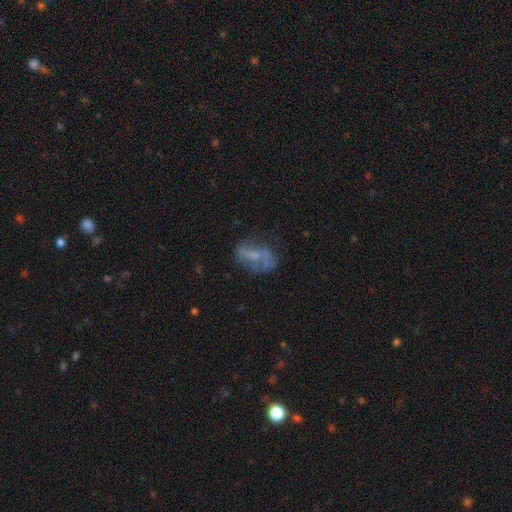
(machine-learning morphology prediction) A featured or disk galaxy (55%) with no bar (47%), spiral arms (51%) and no central bulge (37%).

Vote fractions:
- Smooth or featured? featured or disk: 55% / smooth: 33% / star or artifact: 12%
- Edge-on disk? no: 94% / yes: 6%
- Bar? no: 47% / weak: 35% / strong: 17%
- Spiral arms? yes: 51% / no: 49%
- Bulge size? none: 37% / small: 36% / moderate: 22% / large: 3% / dominant: 1%
- Merging? none: 49% / minor disturbance: 23% / major disturbance: 22% / merger: 5%